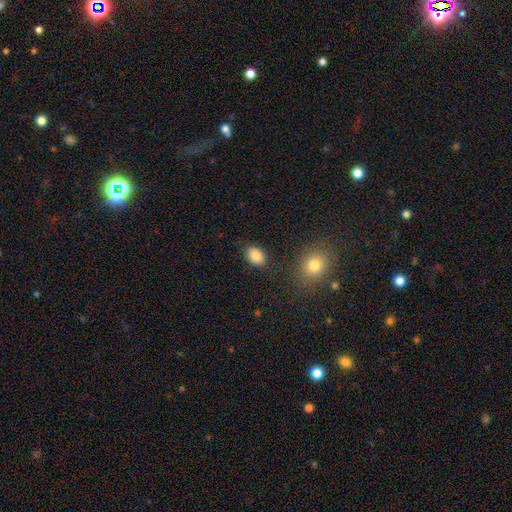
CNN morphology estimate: smooth 85%, star or artifact 9%, featured or disk 6%. Down the decision tree: how rounded — in between (71%); merging — none (84%).